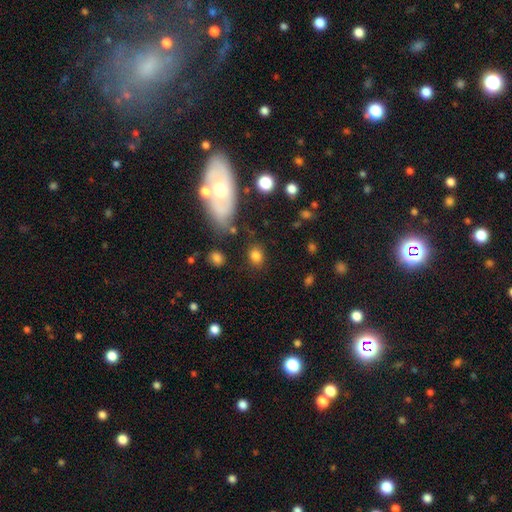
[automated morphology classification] This appears to be a smooth galaxy with no disk features (81%) that is round (52%). Merging: none (79%).